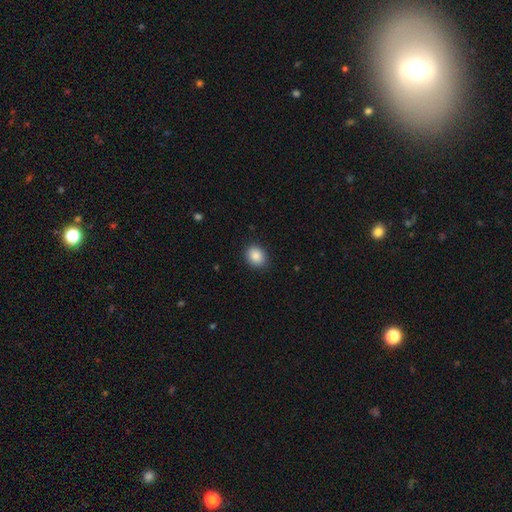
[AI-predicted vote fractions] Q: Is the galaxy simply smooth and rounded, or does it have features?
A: smooth — 88%.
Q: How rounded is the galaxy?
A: round — 51%.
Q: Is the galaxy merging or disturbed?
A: none — 89%.